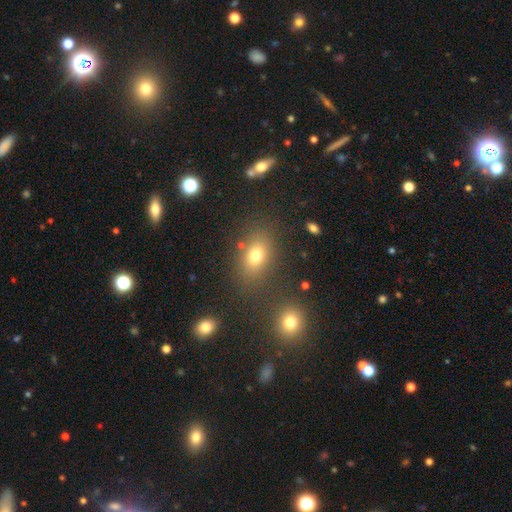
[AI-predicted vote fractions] Morphology: type=smooth (73%); roundness=in between (72%); merging=none (76%).